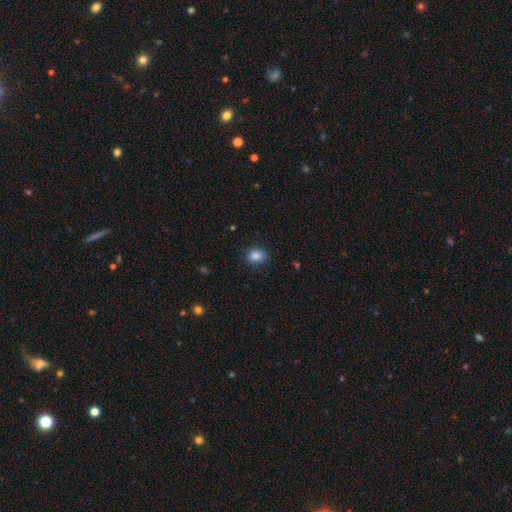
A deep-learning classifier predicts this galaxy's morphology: Smooth or featured?
  - smooth: 86% *
  - star or artifact: 10%
  - featured or disk: 5%
How rounded?
  - in between: 56% *
  - round: 43%
  - cigar-shaped: 1%
Merging?
  - none: 85% *
  - minor disturbance: 11%
  - major disturbance: 3%
  - merger: 1%